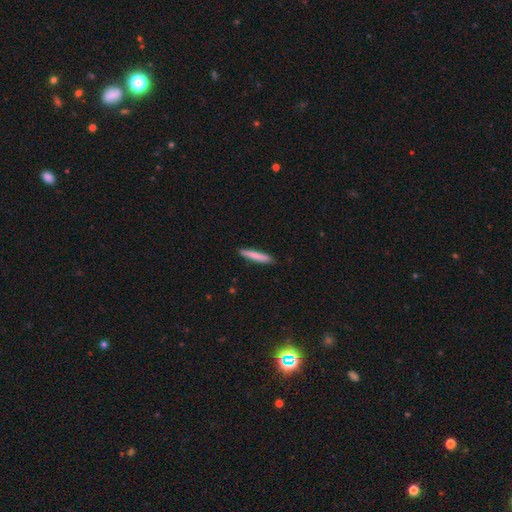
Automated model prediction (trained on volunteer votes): This is clearly a smooth galaxy (81%). How rounded: clearly cigar-shaped (92%). Merging: clearly none (90%).